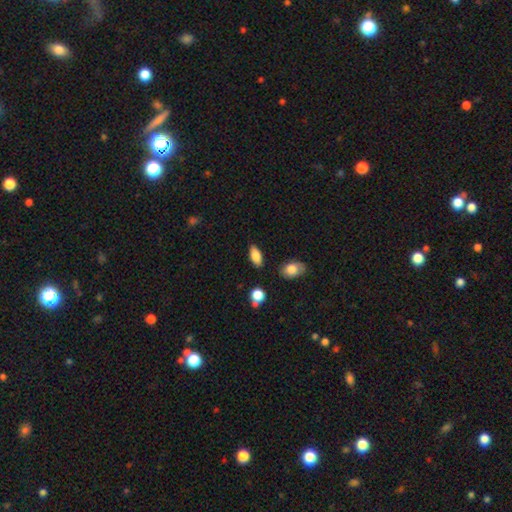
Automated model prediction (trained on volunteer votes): smooth-or-featured: smooth: 83% | featured or disk: 10% | star or artifact: 8%
  how-rounded: in between: 88% | cigar-shaped: 9% | round: 4%
  merging: none: 83% | minor disturbance: 11% | merger: 3% | major disturbance: 3%